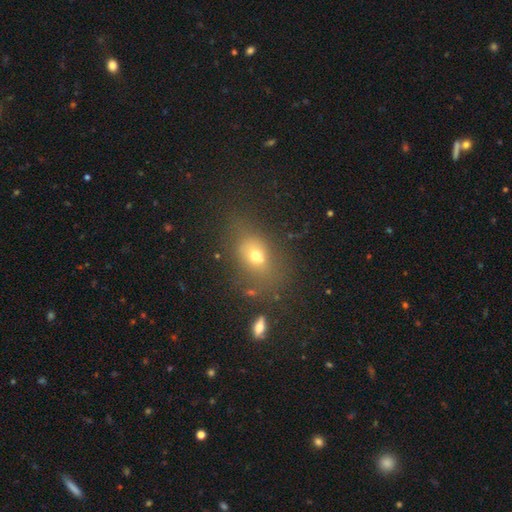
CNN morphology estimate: The model was most divided on "how rounded": in between: 65%, round: 32%, cigar-shaped: 3%. More confident: smooth or featured — smooth (65%); merging — none (62%).